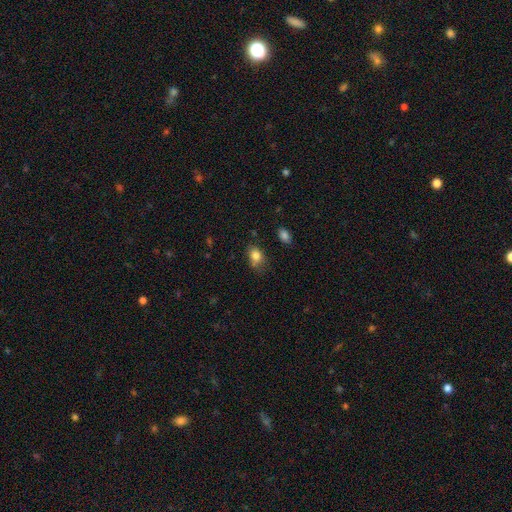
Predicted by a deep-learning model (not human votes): This is clearly a smooth galaxy (82%). How rounded: likely in between (72%). Merging: possibly none (59%).